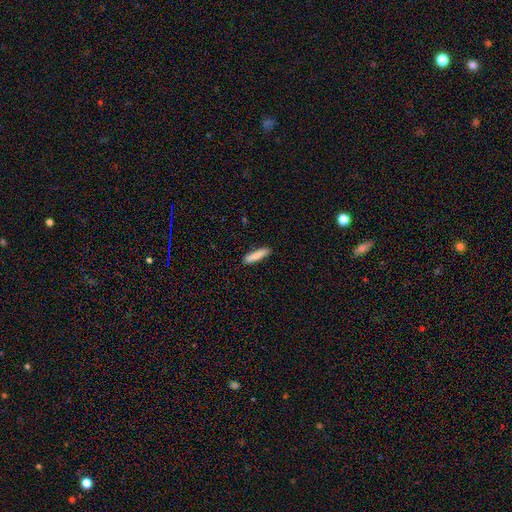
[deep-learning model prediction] This appears to be a smooth galaxy with no disk features (86%) that is cigar-shaped (83%). Merging: none (88%).